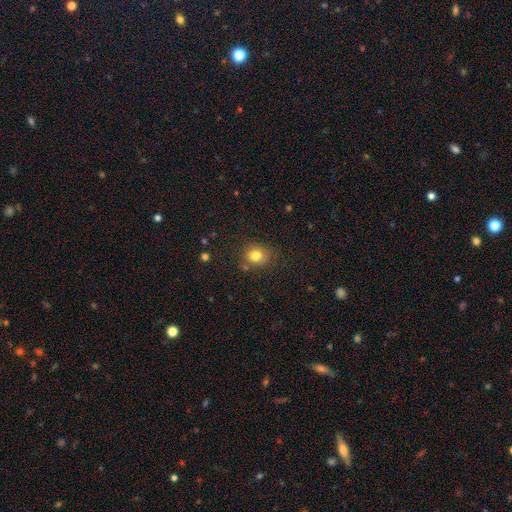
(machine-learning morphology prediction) A smooth galaxy with no disk features (80%) that is round (79%). Merging: none (78%).